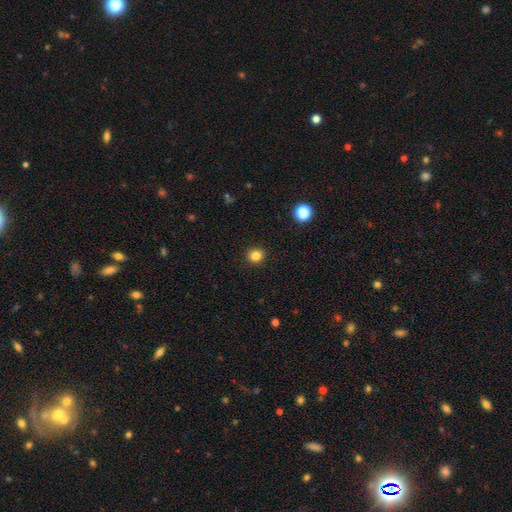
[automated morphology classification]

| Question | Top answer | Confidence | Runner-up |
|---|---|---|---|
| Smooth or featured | smooth | 83% | star or artifact (12%) |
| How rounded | round | 87% | in between (12%) |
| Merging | none | 92% | minor disturbance (5%) |